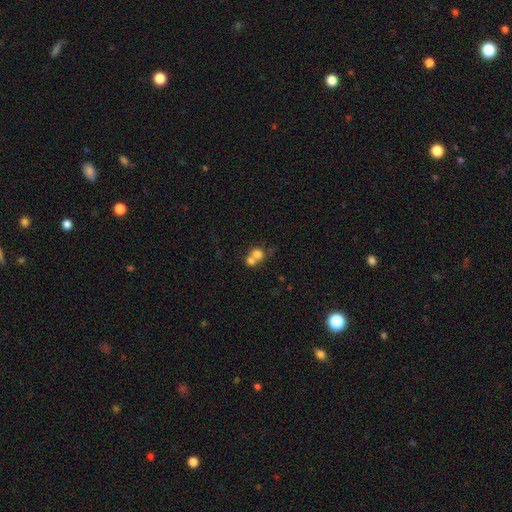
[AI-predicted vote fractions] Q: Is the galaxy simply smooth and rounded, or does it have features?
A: smooth — 72%.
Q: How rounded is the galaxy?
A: round — 77%.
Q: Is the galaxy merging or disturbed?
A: merger — 63%.